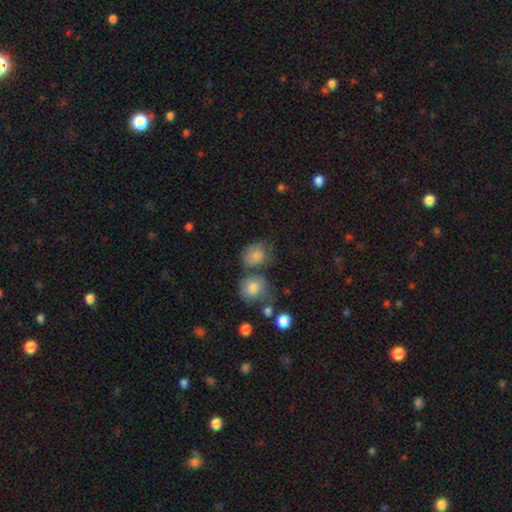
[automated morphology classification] type=smooth (77%); roundness=round (55%); merging=none (41%).